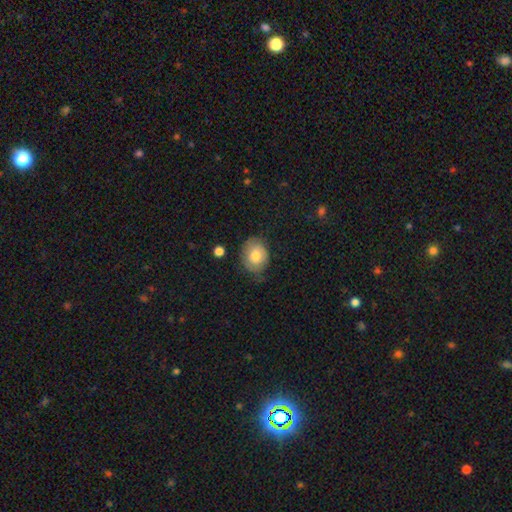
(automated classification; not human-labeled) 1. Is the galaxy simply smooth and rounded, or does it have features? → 67% smooth, 25% featured or disk, 8% star or artifact.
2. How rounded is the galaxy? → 54% round, 45% in between, 1% cigar-shaped.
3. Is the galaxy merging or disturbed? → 63% none, 28% minor disturbance, 8% major disturbance, 2% merger.